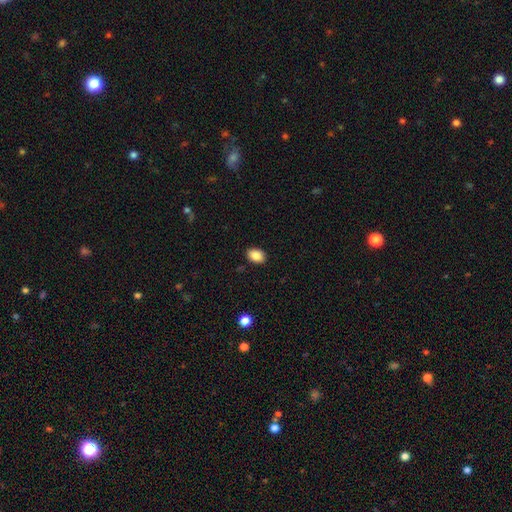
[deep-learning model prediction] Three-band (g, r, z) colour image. It shows a smooth galaxy with no disk features (88%) that is in between round and cigar-shaped (80%). Merging: none (88%).